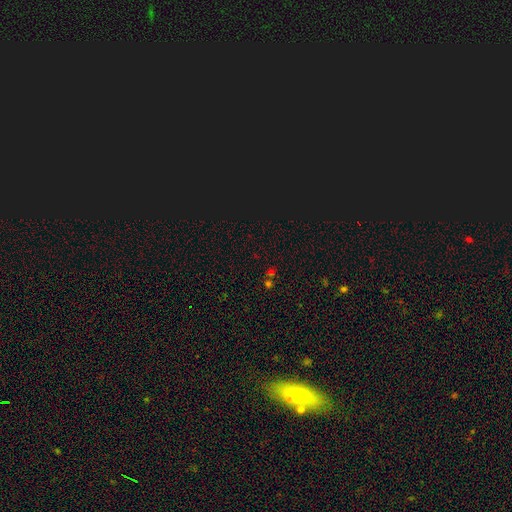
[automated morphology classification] Q: Smooth or featured?
A: star or artifact (61%); runner-up: smooth (31%)